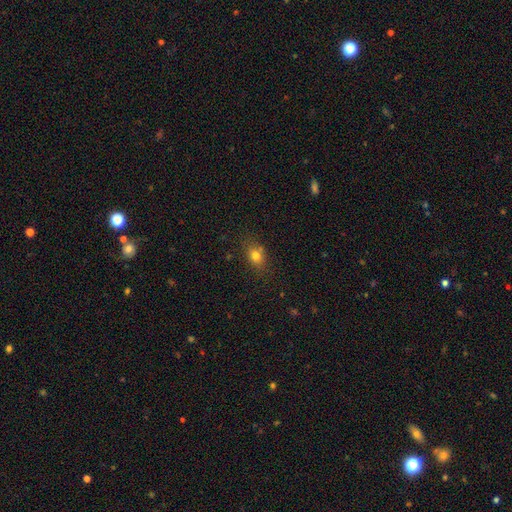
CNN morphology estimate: type=smooth (77%); roundness=in between (62%); merging=none (76%).